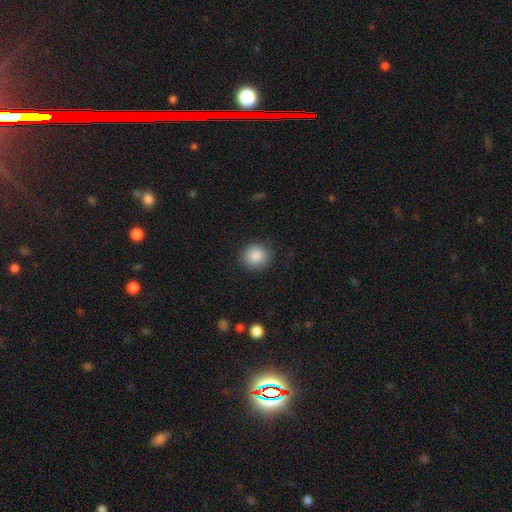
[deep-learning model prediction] Smooth or featured? Predicted: smooth (p=0.88). How rounded? Predicted: round (p=0.87). Merging? Predicted: none (p=0.89).